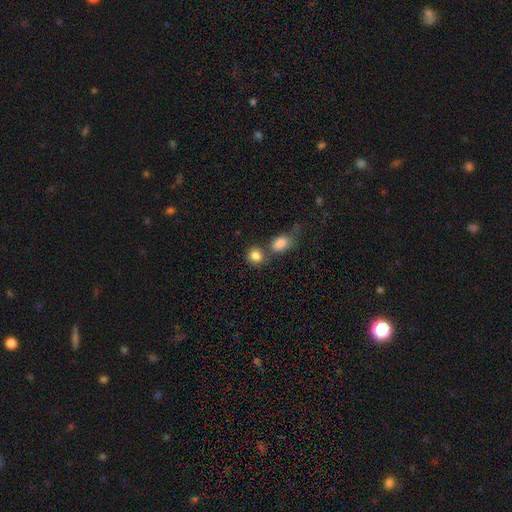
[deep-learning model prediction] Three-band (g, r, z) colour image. It shows a smooth galaxy with no disk features (84%) that is round (75%). Merging: none (58%).